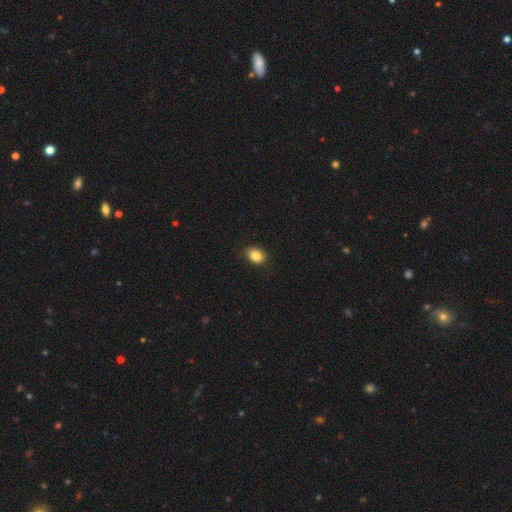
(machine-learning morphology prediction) smooth-or-featured: smooth: 86% | star or artifact: 9% | featured or disk: 5%
  how-rounded: in between: 69% | round: 30% | cigar-shaped: 1%
  merging: none: 86% | minor disturbance: 11% | major disturbance: 2% | merger: 1%